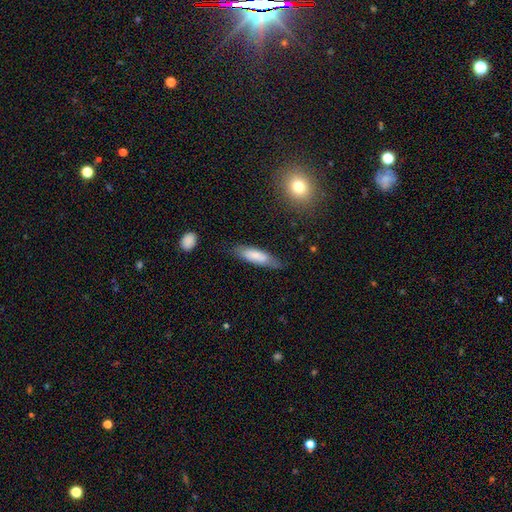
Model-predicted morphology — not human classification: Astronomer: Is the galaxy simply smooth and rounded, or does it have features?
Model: smooth — 73%.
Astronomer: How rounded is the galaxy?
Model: cigar-shaped — 61% (runner-up: in between, 38%).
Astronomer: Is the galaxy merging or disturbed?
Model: none — 70%.